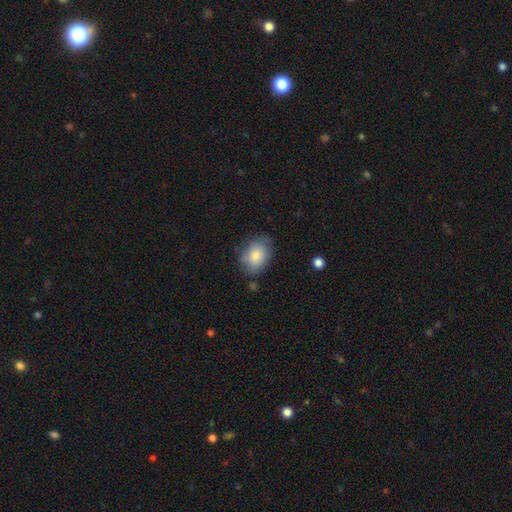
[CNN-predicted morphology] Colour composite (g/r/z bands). It shows a smooth galaxy with no disk features (81%) that is in between round and cigar-shaped (73%). Merging: none (70%).